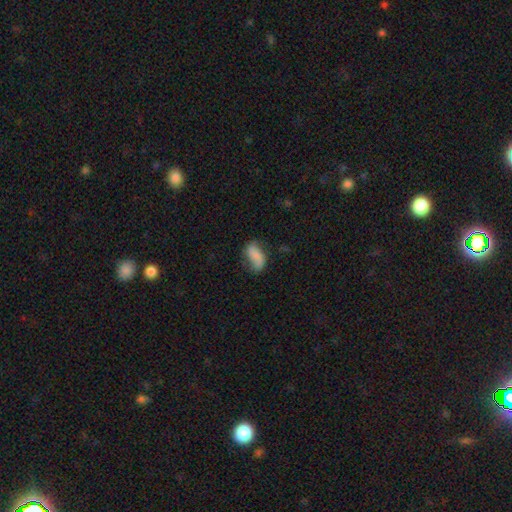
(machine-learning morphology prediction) The model was most divided on "merging": none: 54%, minor disturbance: 29%, major disturbance: 14%, merger: 3%. More confident: how rounded — in between (90%); smooth or featured — smooth (62%).